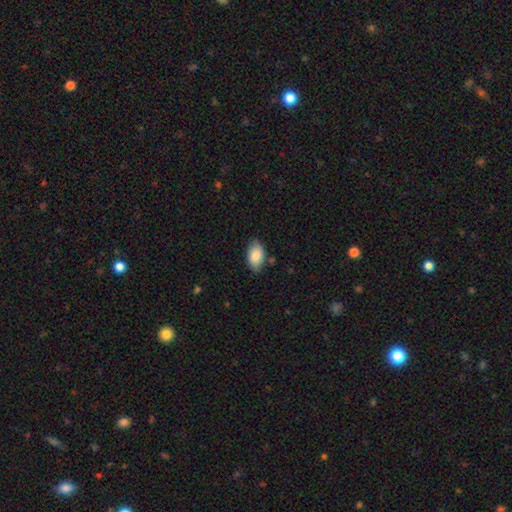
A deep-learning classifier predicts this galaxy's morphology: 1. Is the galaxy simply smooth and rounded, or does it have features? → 85% smooth, 8% featured or disk, 7% star or artifact.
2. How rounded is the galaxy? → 92% in between, 6% round, 1% cigar-shaped.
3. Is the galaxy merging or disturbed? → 79% none, 16% minor disturbance, 3% major disturbance, 2% merger.